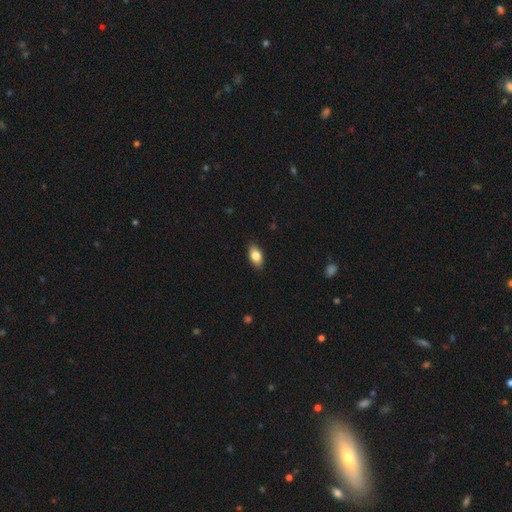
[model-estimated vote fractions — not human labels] This appears to be a smooth galaxy with no disk features (82%) that is in between round and cigar-shaped (90%). Merging: none (88%).